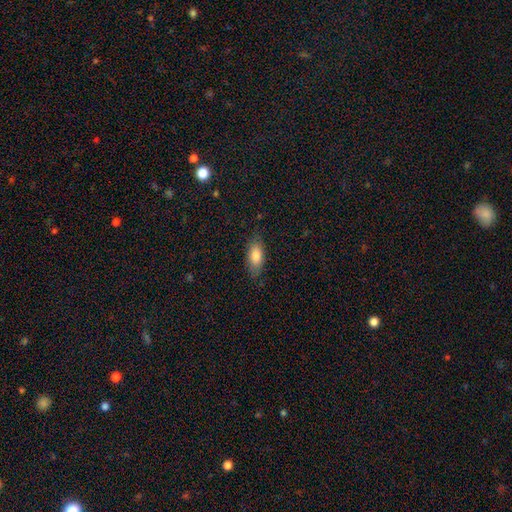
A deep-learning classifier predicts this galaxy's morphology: smooth_or_featured: smooth (p=0.82) [alt: featured or disk p=0.12]
how_rounded: in between (p=0.85) [alt: cigar-shaped p=0.12]
merging: none (p=0.82) [alt: minor disturbance p=0.14]